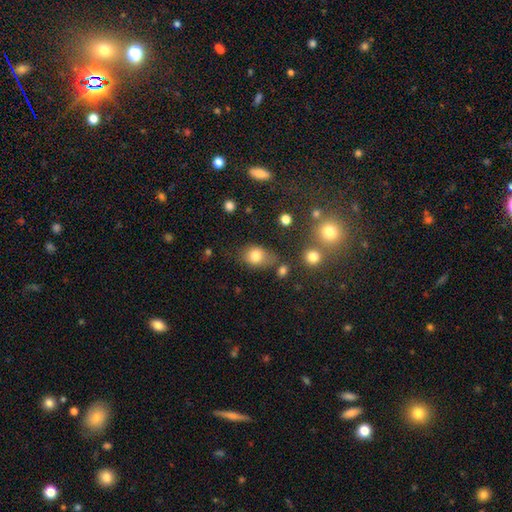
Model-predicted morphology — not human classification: A smooth galaxy with no disk features (79%) that is in between round and cigar-shaped (65%). Merging: none (56%).